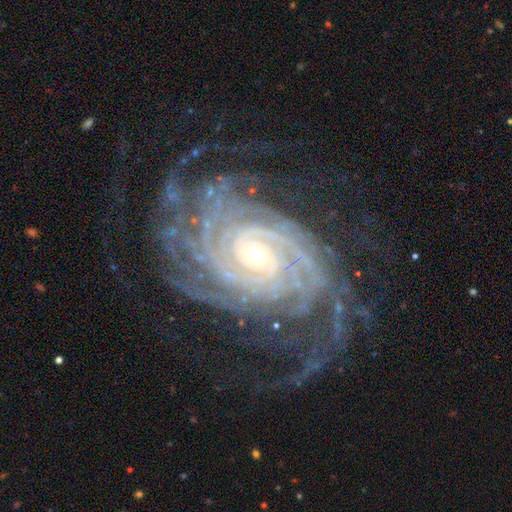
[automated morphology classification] This is clearly a featured or disk galaxy (93%). It is clearly not viewed edge-on (97%). Bar: possibly no (57%). Spiral arm pattern: clearly yes (99%). Spiral arm count: marginally more than 4 (32%). Spiral winding: clearly tight (80%). Central bulge: likely small (70%). Merging: likely none (71%).